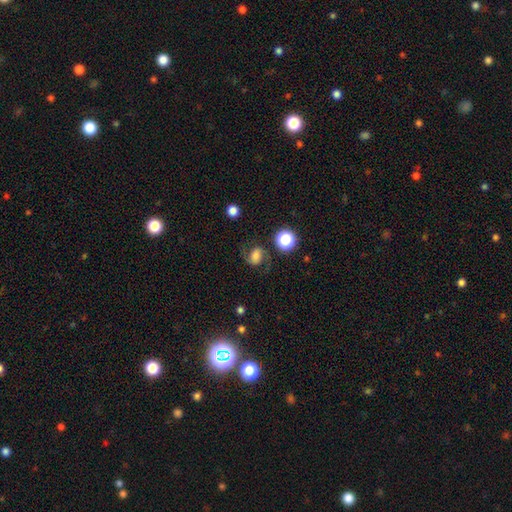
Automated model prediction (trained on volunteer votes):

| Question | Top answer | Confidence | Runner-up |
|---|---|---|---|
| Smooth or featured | featured or disk | 59% | smooth (28%) |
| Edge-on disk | no | 98% | yes (2%) |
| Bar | no | 42% | weak (40%) |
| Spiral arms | yes | 94% | no (6%) |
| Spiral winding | medium | 48% | loose (41%) |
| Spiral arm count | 2 | 91% | 1 (3%) |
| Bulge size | large | 29% | moderate (26%) |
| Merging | none | 71% | minor disturbance (16%) |